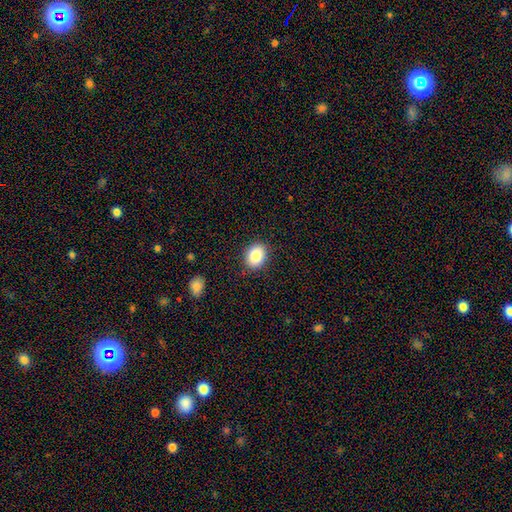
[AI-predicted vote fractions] This appears to be a smooth galaxy with no disk features (85%) that is in between round and cigar-shaped (55%). Merging: none (87%).